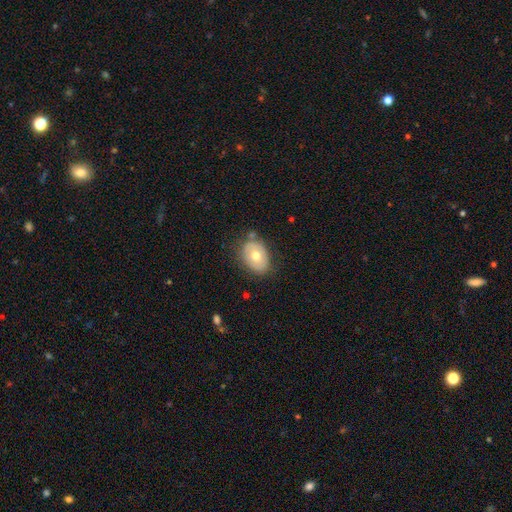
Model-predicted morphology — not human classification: Smooth or featured: smooth — 61% (featured or disk — 32%)
How rounded: in between — 73% (round — 26%)
Merging: none — 73% (minor disturbance — 18%)